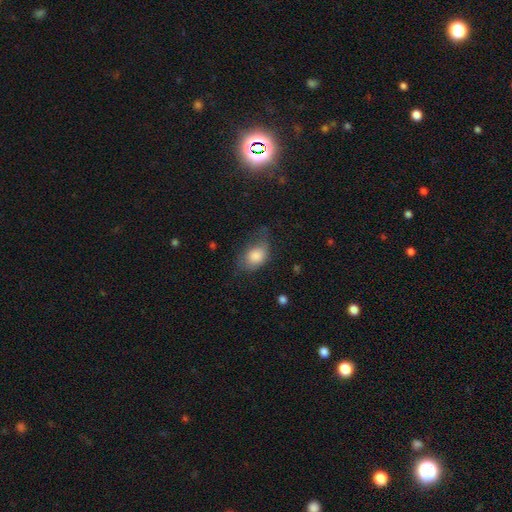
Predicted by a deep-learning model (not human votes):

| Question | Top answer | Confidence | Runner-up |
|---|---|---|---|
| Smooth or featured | smooth | 81% | featured or disk (11%) |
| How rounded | in between | 77% | round (21%) |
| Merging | none | 45% | minor disturbance (35%) |